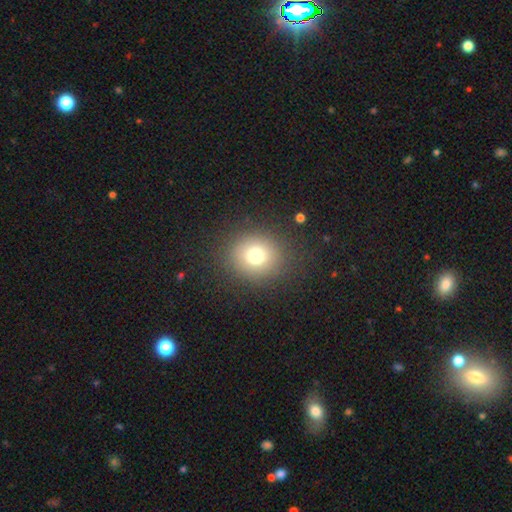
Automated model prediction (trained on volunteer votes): Q: Smooth or featured?
A: smooth (74%); runner-up: star or artifact (15%)
Q: How rounded?
A: round (80%); runner-up: in between (20%)
Q: Merging?
A: none (86%); runner-up: minor disturbance (8%)